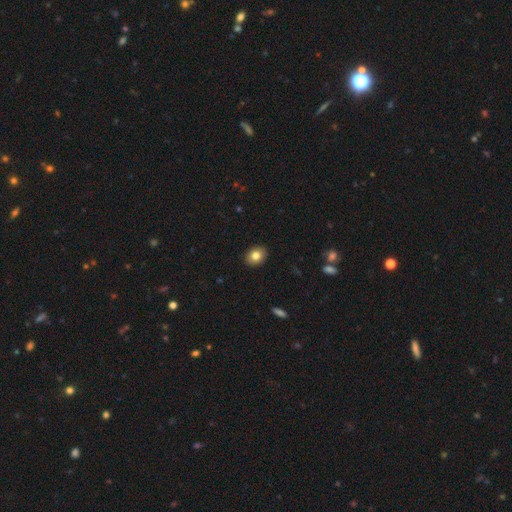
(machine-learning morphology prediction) smooth-or-featured: smooth: 82% | featured or disk: 9% | star or artifact: 9%
  how-rounded: in between: 63% | round: 36% | cigar-shaped: 1%
  merging: none: 90% | minor disturbance: 7% | major disturbance: 2% | merger: 1%